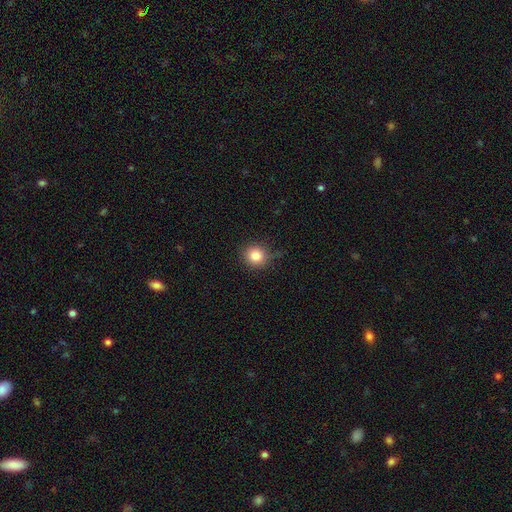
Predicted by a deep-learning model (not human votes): smooth_or_featured: smooth (p=0.83) [alt: star or artifact p=0.11]
how_rounded: round (p=0.90) [alt: in between p=0.09]
merging: none (p=0.82) [alt: minor disturbance p=0.14]